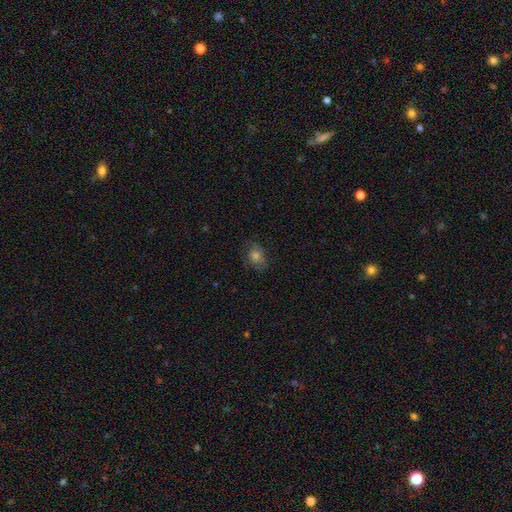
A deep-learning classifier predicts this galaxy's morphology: A smooth galaxy with no disk features (66%) that is round (54%).

Vote fractions:
- Smooth or featured? smooth: 66% / star or artifact: 18% / featured or disk: 15%
- How rounded? round: 54% / in between: 44% / cigar-shaped: 1%
- Merging? none: 77% / minor disturbance: 16% / major disturbance: 5% / merger: 1%